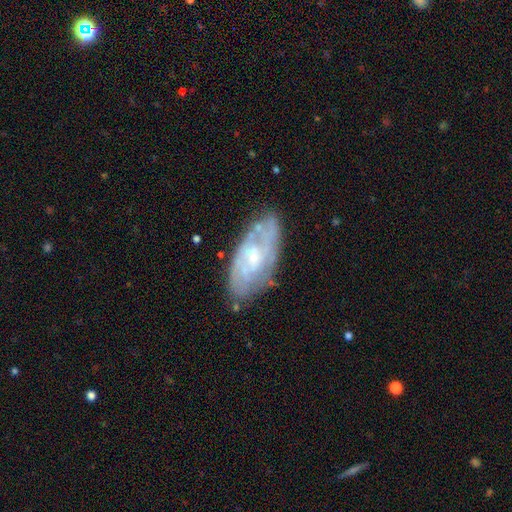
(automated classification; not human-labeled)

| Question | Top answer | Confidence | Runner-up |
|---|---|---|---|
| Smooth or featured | featured or disk | 71% | smooth (22%) |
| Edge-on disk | no | 90% | yes (10%) |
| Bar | no | 59% | weak (35%) |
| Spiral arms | yes | 77% | no (23%) |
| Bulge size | small | 58% | moderate (33%) |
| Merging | none | 72% | minor disturbance (20%) |